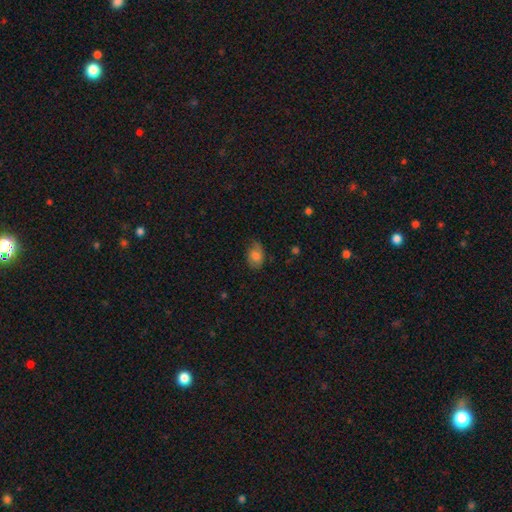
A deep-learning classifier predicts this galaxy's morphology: Smooth or featured? smooth (78%)
How rounded? in between (83%)
Merging? none (67%)